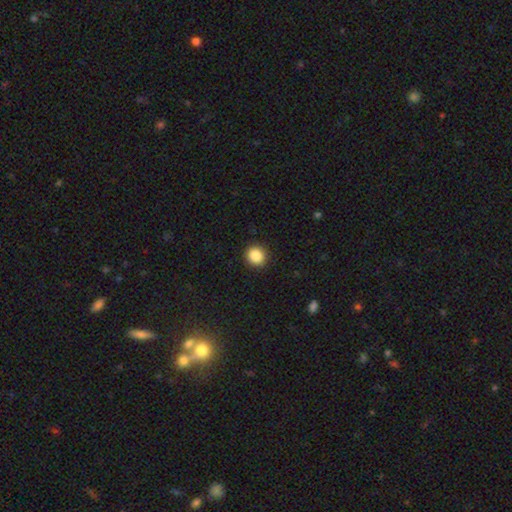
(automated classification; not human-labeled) smooth_or_featured: smooth (p=0.88) [alt: star or artifact p=0.09]
how_rounded: round (p=0.82) [alt: in between p=0.17]
merging: none (p=0.91) [alt: minor disturbance p=0.06]